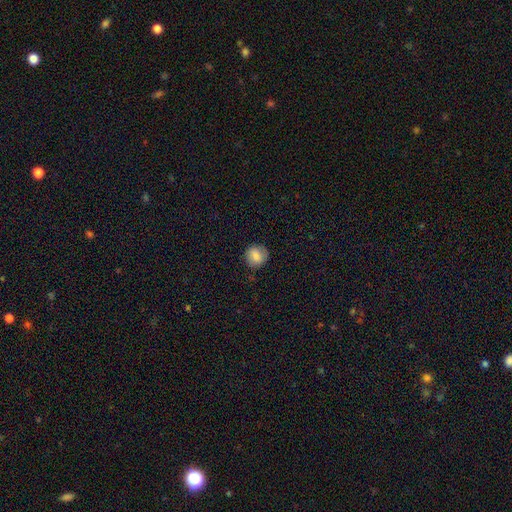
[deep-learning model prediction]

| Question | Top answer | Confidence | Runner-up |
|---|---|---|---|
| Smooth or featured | smooth | 82% | featured or disk (10%) |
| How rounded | round | 87% | in between (12%) |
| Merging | none | 83% | minor disturbance (13%) |